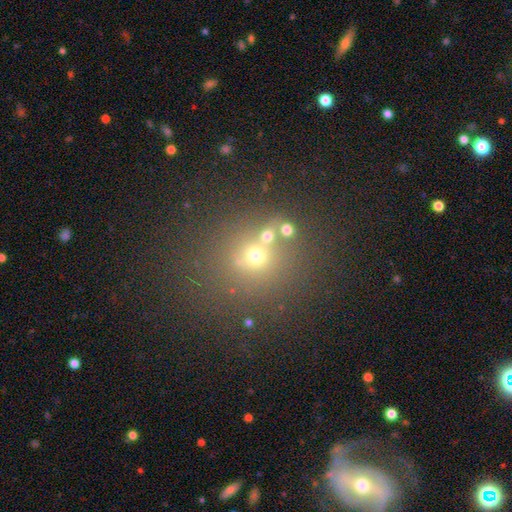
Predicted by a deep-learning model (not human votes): Smooth or featured? Predicted: smooth (p=0.52). How rounded? Predicted: round (p=0.83). Merging? Predicted: none (p=0.66).